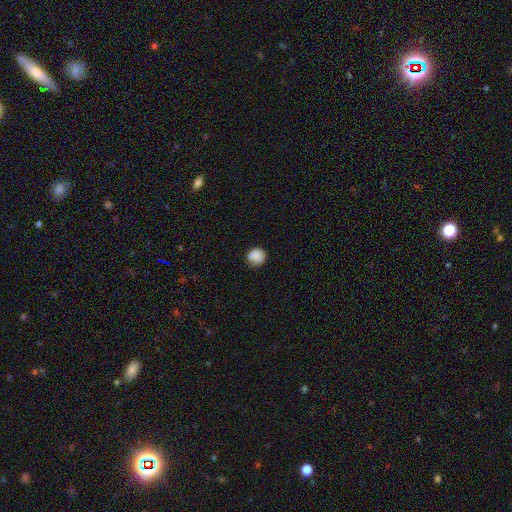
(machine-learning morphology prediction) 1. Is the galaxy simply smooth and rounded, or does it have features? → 87% smooth, 9% star or artifact, 4% featured or disk.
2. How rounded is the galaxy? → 87% round, 12% in between, 1% cigar-shaped.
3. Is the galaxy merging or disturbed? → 79% none, 16% minor disturbance, 3% major disturbance, 1% merger.